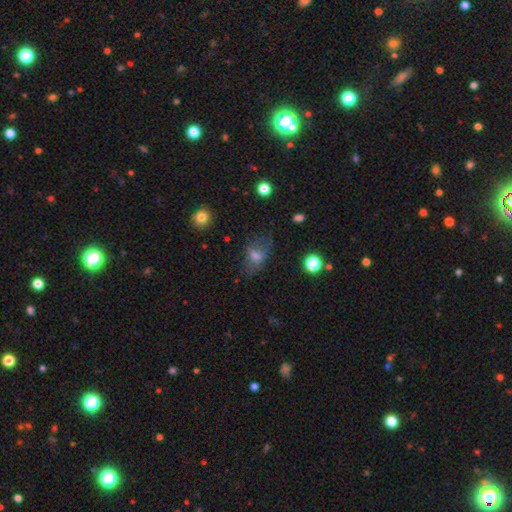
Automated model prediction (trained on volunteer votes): A smooth galaxy with no disk features (59%) that is in between round and cigar-shaped (81%).

Vote fractions:
- Smooth or featured? smooth: 59% / featured or disk: 27% / star or artifact: 15%
- How rounded? in between: 81% / round: 15% / cigar-shaped: 4%
- Merging? none: 57% / minor disturbance: 23% / major disturbance: 17% / merger: 3%